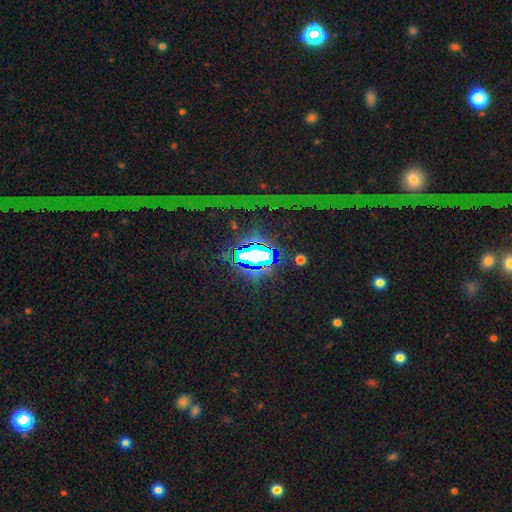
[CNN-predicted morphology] smooth_or_featured: star or artifact (p=0.72) [alt: featured or disk p=0.14]